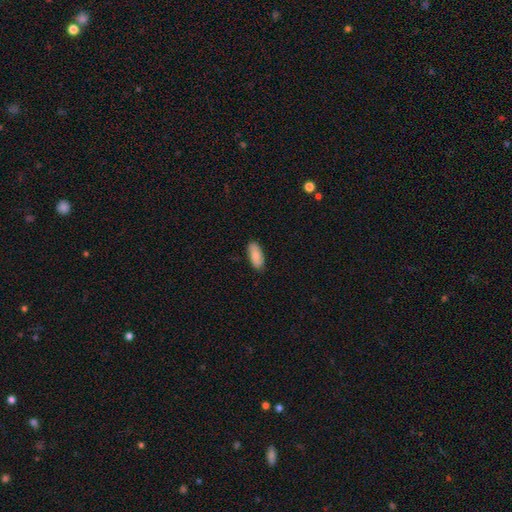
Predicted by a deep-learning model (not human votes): A smooth galaxy with no disk features (85%) that is in between round and cigar-shaped (85%).

Vote fractions:
- Smooth or featured? smooth: 85% / featured or disk: 9% / star or artifact: 6%
- How rounded? in between: 85% / cigar-shaped: 13% / round: 2%
- Merging? none: 86% / minor disturbance: 11% / major disturbance: 2% / merger: 1%